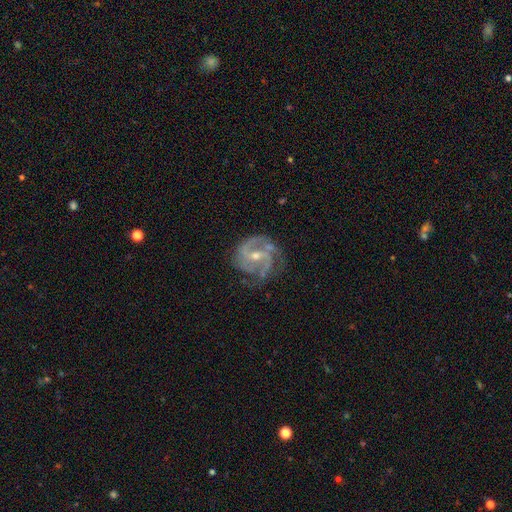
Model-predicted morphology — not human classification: This is clearly a featured or disk galaxy (90%). It is clearly not viewed edge-on (98%). Bar: possibly weak (46%). Spiral arm pattern: clearly yes (97%). Spiral arm count: marginally 2 (41%). Spiral winding: possibly medium (50%). Central bulge: possibly small (54%). Merging: likely none (70%).